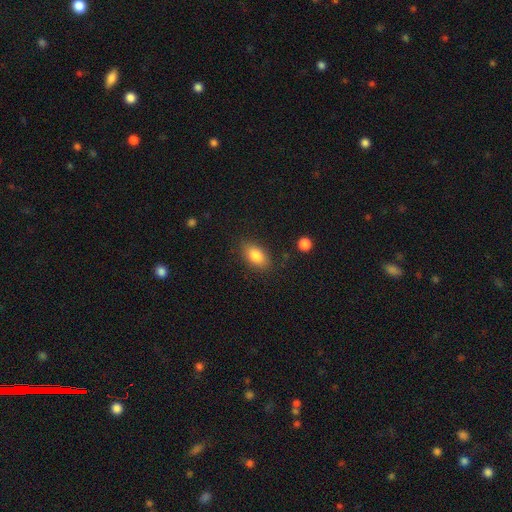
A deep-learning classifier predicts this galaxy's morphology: smooth 85%, star or artifact 8%, featured or disk 8%. Down the decision tree: how rounded — in between (89%); merging — none (83%).